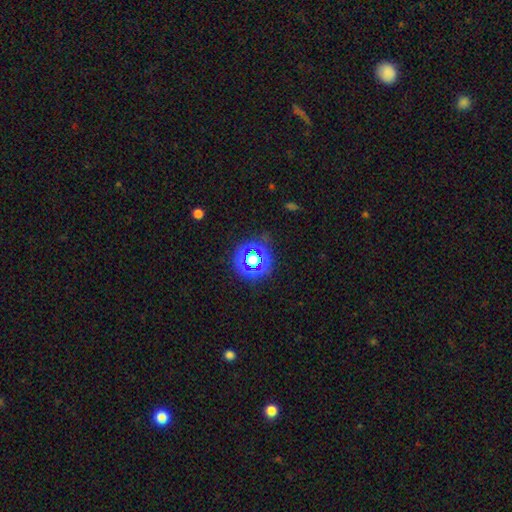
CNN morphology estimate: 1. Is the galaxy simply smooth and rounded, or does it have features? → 60% star or artifact, 34% smooth, 7% featured or disk.